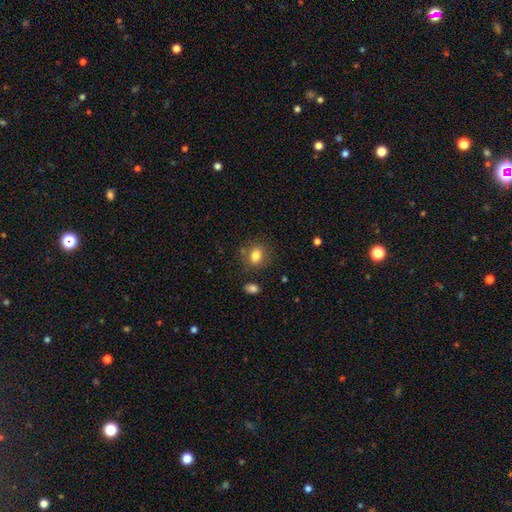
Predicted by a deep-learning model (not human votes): smooth-or-featured: smooth: 81% | star or artifact: 10% | featured or disk: 9%
  how-rounded: round: 54% | in between: 45% | cigar-shaped: 1%
  merging: none: 75% | minor disturbance: 15% | merger: 5% | major disturbance: 5%